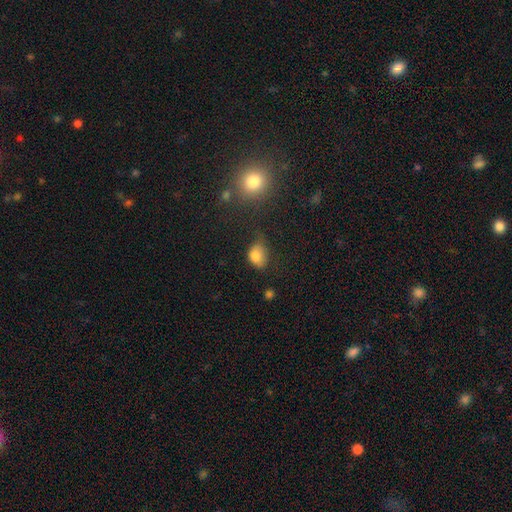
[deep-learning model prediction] Smooth or featured?
  - smooth: 80% *
  - star or artifact: 11%
  - featured or disk: 9%
How rounded?
  - in between: 68% *
  - round: 31%
  - cigar-shaped: 1%
Merging?
  - none: 44% *
  - minor disturbance: 38%
  - major disturbance: 15%
  - merger: 4%